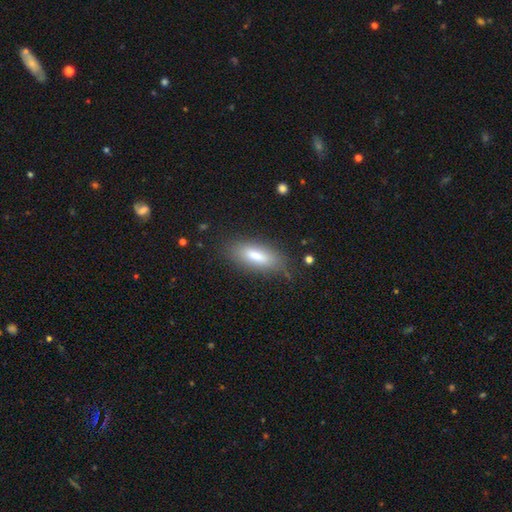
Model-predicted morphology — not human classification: The model was most divided on "how rounded": in between: 64%, cigar-shaped: 33%, round: 2%. More confident: merging — none (79%); smooth or featured — smooth (74%).